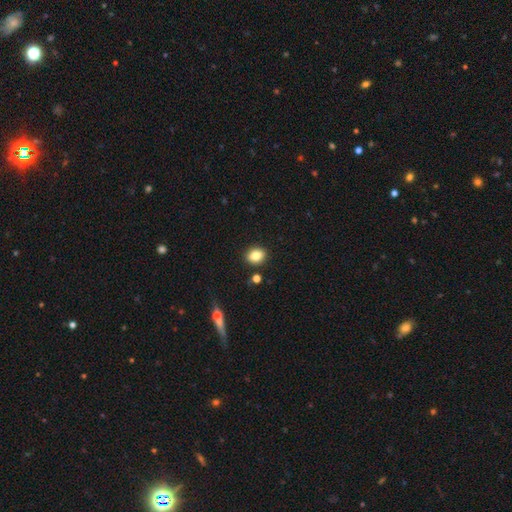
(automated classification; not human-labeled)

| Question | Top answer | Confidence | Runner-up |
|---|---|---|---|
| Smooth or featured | smooth | 84% | star or artifact (9%) |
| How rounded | in between | 55% | round (43%) |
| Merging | none | 88% | minor disturbance (8%) |